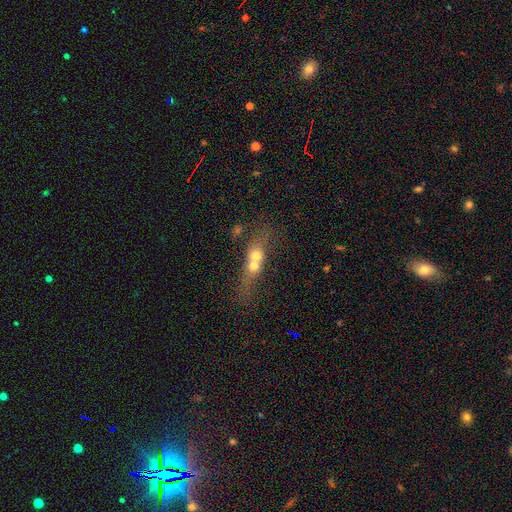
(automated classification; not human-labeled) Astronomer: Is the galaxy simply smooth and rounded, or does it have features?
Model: smooth — 55% (runner-up: featured or disk, 34%).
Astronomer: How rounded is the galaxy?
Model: round — 39%, tied with in between at 39%.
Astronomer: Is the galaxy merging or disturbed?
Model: merger — 73%.